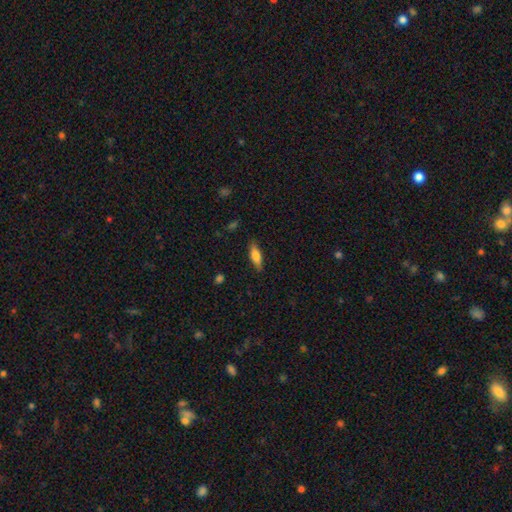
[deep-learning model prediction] smooth 72%, featured or disk 22%, star or artifact 7%. Down the decision tree: how rounded — in between (57%); merging — none (83%).